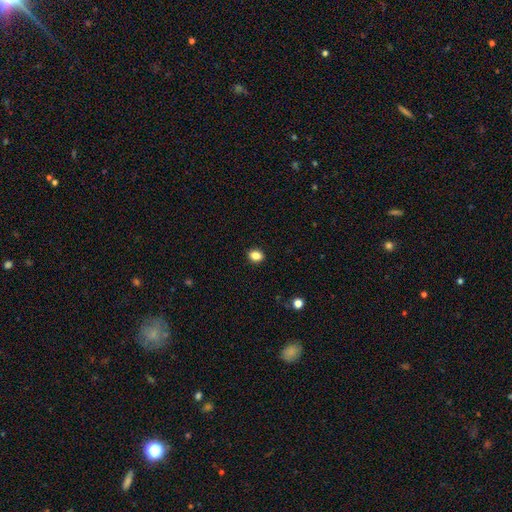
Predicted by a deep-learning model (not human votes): This is clearly a smooth galaxy (86%). How rounded: possibly in between (56%). Merging: clearly none (91%).